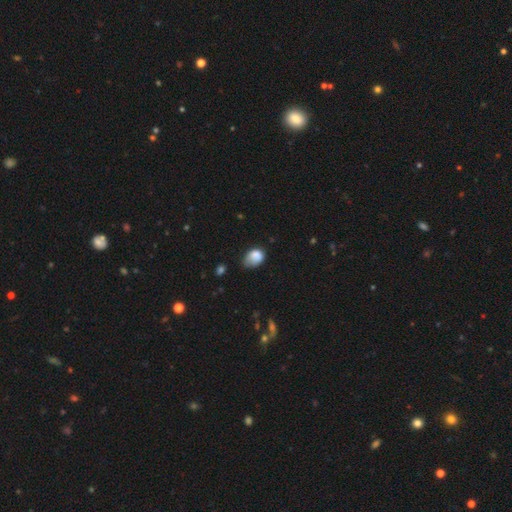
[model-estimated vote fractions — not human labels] Morphology: type=smooth (81%); roundness=in between (67%); merging=minor disturbance (45%).